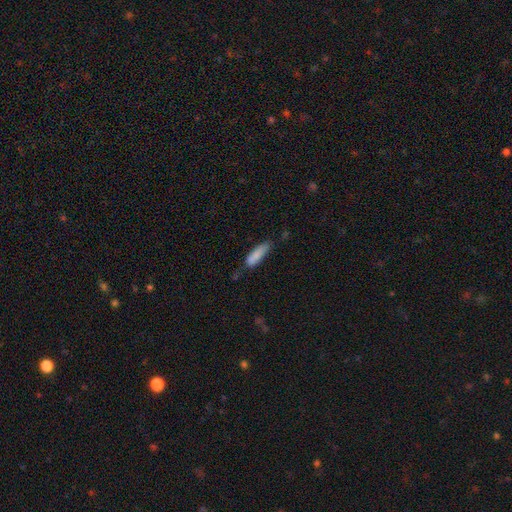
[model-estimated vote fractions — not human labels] Morphology: type=smooth (84%); roundness=cigar-shaped (53%); merging=none (54%).